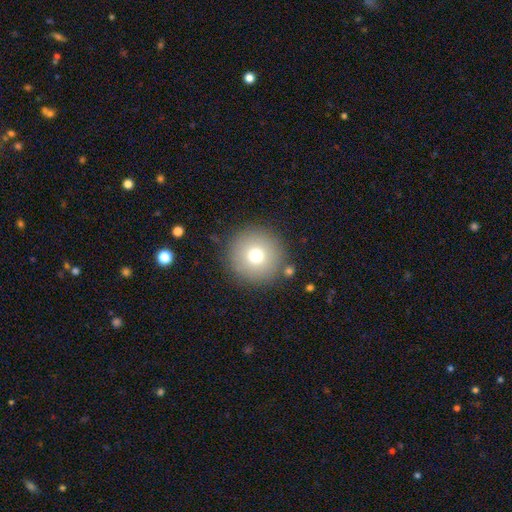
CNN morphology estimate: smooth-or-featured: smooth: 75% | featured or disk: 13% | star or artifact: 12%
  how-rounded: round: 97% | in between: 2% | cigar-shaped: 1%
  merging: none: 88% | minor disturbance: 7% | major disturbance: 3% | merger: 3%